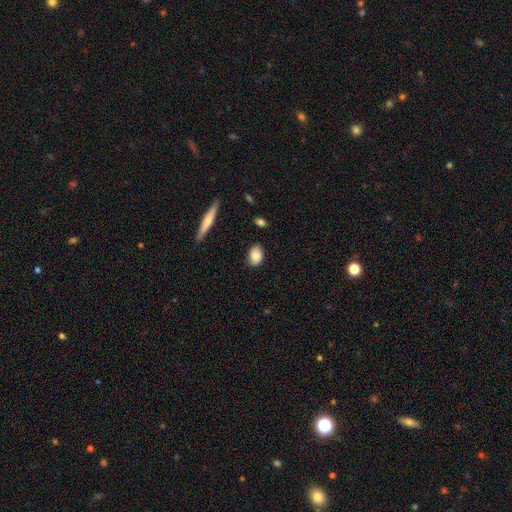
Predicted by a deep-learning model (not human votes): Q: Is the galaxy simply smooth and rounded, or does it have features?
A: smooth — 81%.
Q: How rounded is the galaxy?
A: in between — 78%.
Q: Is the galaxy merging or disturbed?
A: none — 77%.